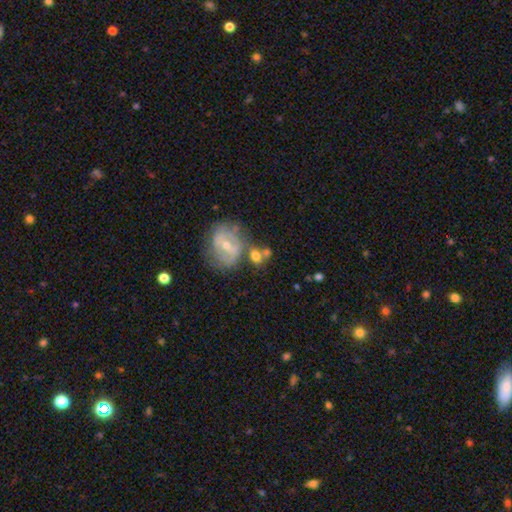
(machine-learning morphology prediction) A smooth galaxy with no disk features (56%) that is round (50%).

Vote fractions:
- Smooth or featured? smooth: 56% / featured or disk: 34% / star or artifact: 9%
- How rounded? round: 50% / in between: 48% / cigar-shaped: 2%
- Merging? none: 46% / merger: 31% / minor disturbance: 16% / major disturbance: 8%